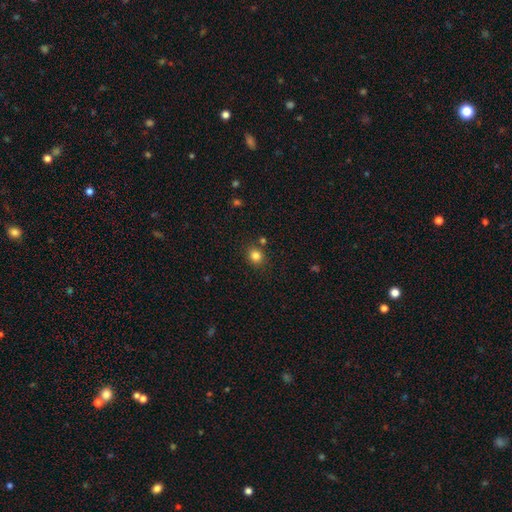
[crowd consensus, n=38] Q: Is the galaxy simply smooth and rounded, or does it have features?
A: smooth — 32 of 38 (84%).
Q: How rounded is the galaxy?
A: round — 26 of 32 (81%).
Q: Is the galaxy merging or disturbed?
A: none — 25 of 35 (71%).